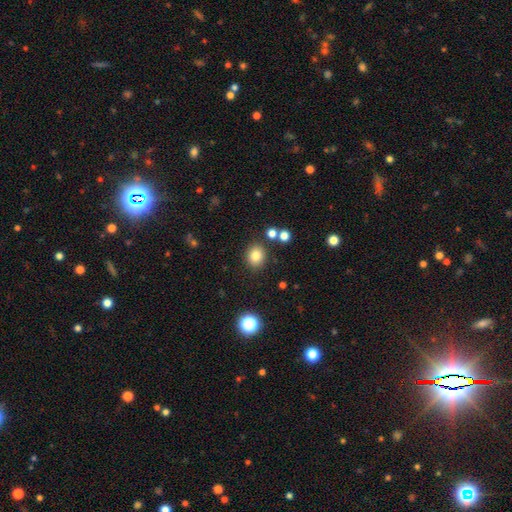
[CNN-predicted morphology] The model was most divided on "how rounded": round: 71%, in between: 28%, cigar-shaped: 1%. More confident: merging — none (85%); smooth or featured — smooth (81%).